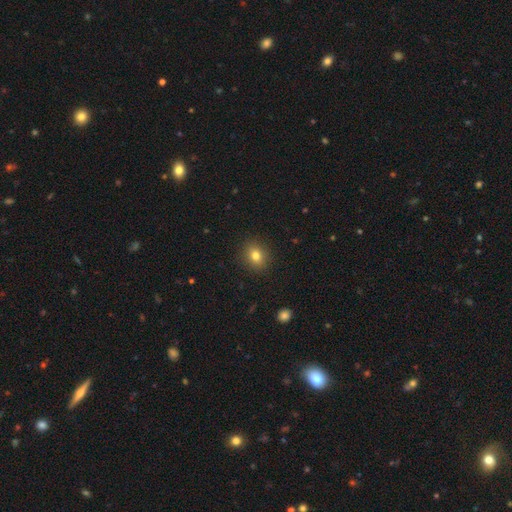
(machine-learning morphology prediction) smooth 79%, star or artifact 12%, featured or disk 9%. Down the decision tree: how rounded — round (65%); merging — none (90%).